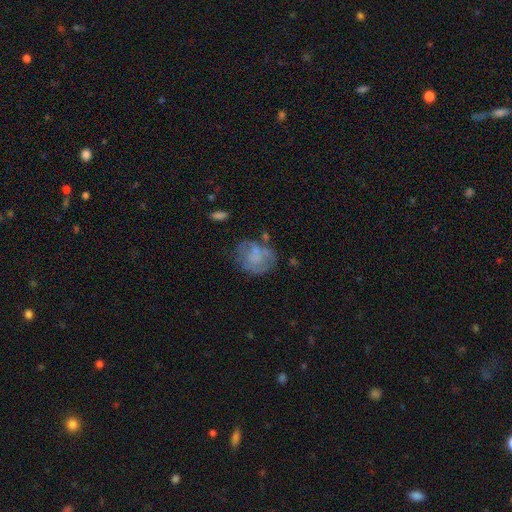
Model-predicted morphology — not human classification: smooth_or_featured: smooth (p=0.46) [alt: featured or disk p=0.45]
merging: none (p=0.49) [alt: minor disturbance p=0.25]